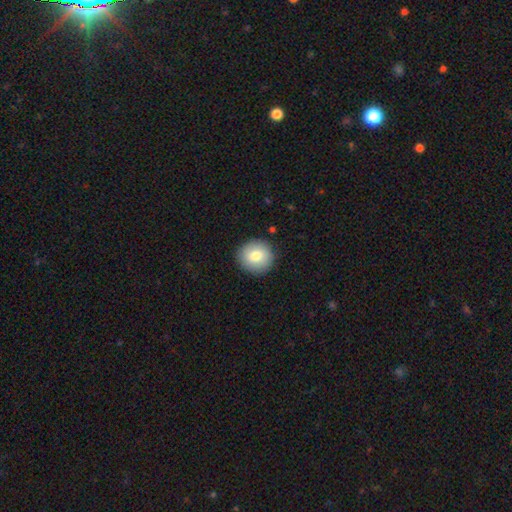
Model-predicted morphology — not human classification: This is likely a smooth galaxy (79%). How rounded: clearly round (91%). Merging: clearly none (89%).